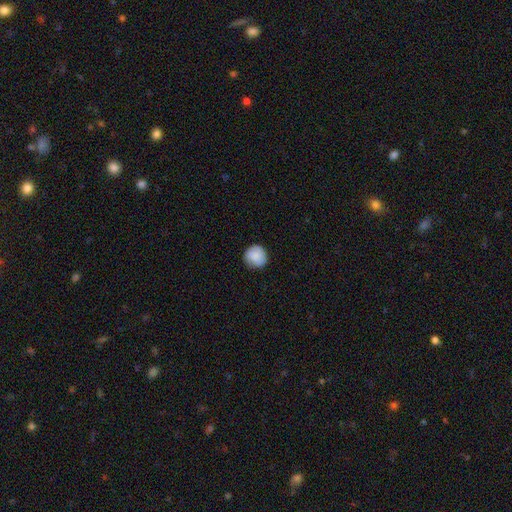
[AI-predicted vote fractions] Morphology: type=smooth (84%); roundness=round (93%); merging=none (83%).